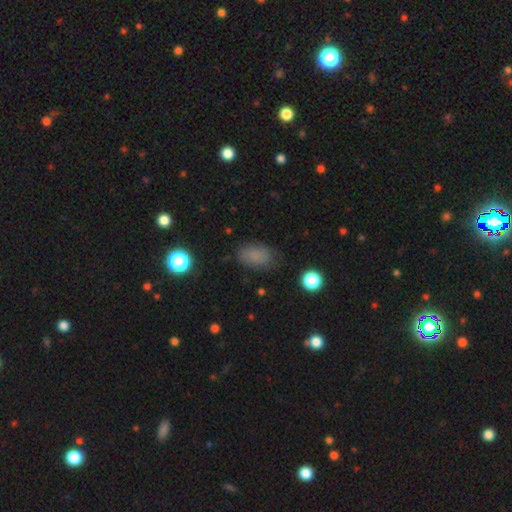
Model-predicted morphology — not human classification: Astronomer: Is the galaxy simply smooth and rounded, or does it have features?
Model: smooth — 79%.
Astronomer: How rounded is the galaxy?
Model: in between — 87%.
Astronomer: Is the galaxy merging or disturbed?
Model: none — 75%.